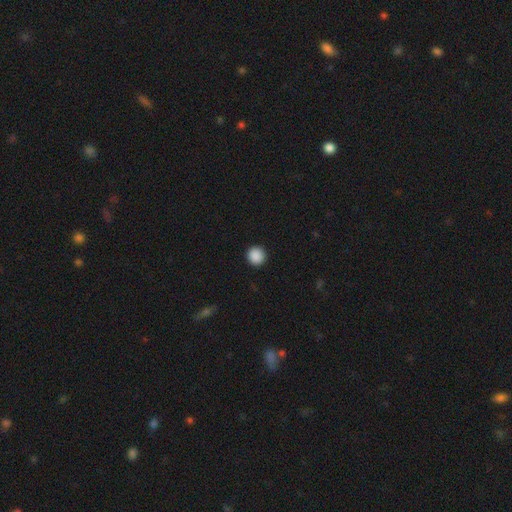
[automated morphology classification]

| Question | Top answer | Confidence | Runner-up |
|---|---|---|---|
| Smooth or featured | smooth | 89% | star or artifact (8%) |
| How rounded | round | 95% | in between (5%) |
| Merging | none | 93% | minor disturbance (4%) |